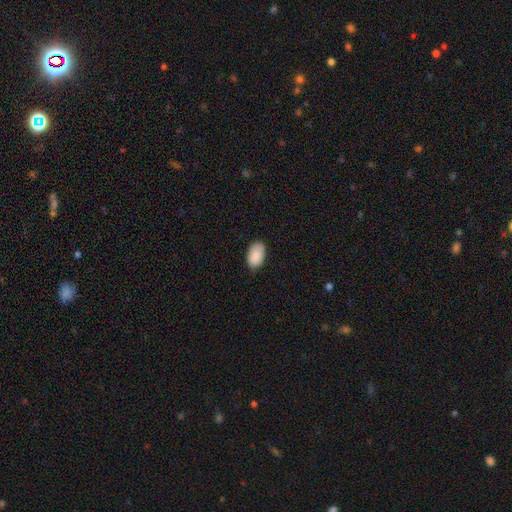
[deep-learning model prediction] smooth 90%, star or artifact 6%, featured or disk 3%. Down the decision tree: how rounded — in between (94%); merging — none (82%).